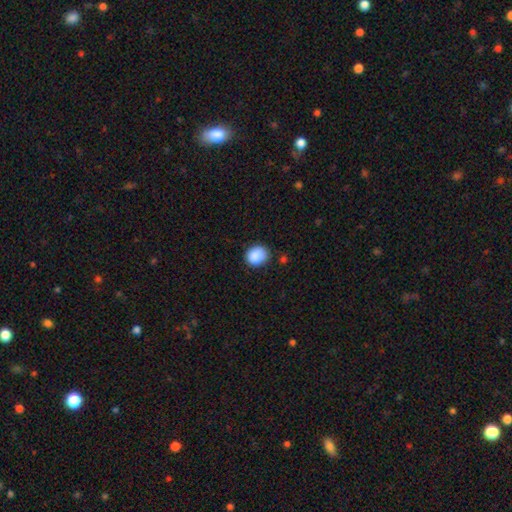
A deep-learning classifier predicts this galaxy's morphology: Smooth or featured? smooth (87%)
How rounded? round (66%)
Merging? none (72%)